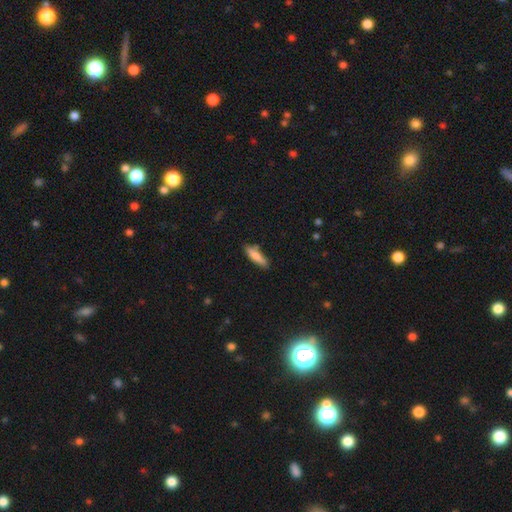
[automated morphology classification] smooth 78%, featured or disk 16%, star or artifact 6%. Down the decision tree: how rounded — cigar-shaped (72%); merging — none (79%).